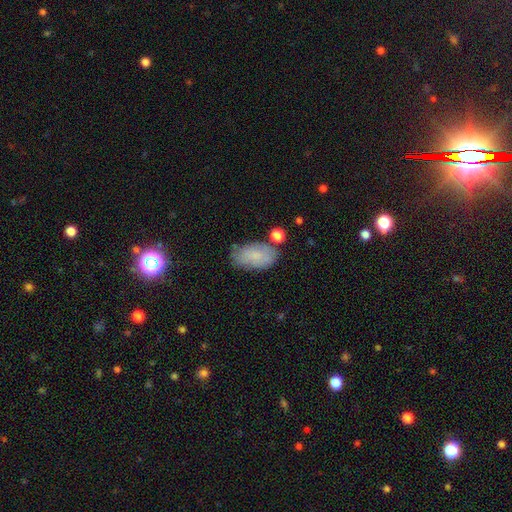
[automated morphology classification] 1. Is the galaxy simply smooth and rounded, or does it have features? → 77% smooth, 15% featured or disk, 8% star or artifact.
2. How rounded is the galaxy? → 94% in between, 4% round, 2% cigar-shaped.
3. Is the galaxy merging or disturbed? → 66% none, 21% minor disturbance, 6% merger, 6% major disturbance.